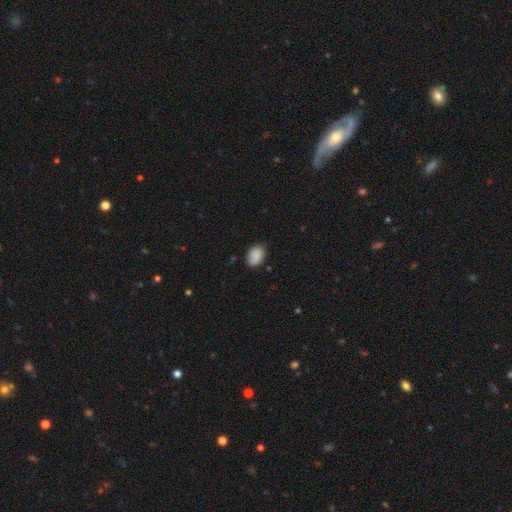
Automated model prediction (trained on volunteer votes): smooth-or-featured: smooth: 88% | star or artifact: 7% | featured or disk: 5%
  how-rounded: in between: 76% | round: 23% | cigar-shaped: 1%
  merging: none: 74% | minor disturbance: 21% | major disturbance: 3% | merger: 1%